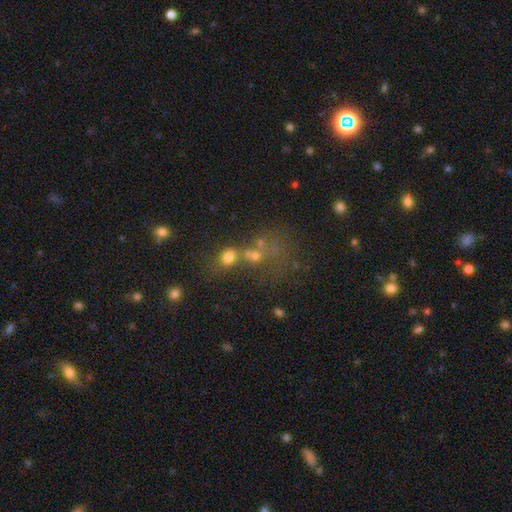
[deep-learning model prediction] Smooth or featured: smooth — 54% (star or artifact — 26%)
How rounded: round — 57% (in between — 40%)
Merging: merger — 45% (none — 33%)